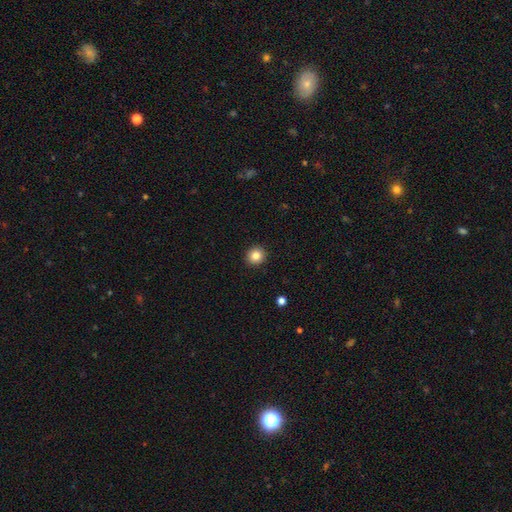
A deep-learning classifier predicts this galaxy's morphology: This is clearly a smooth galaxy (84%). How rounded: clearly round (91%). Merging: clearly none (93%).